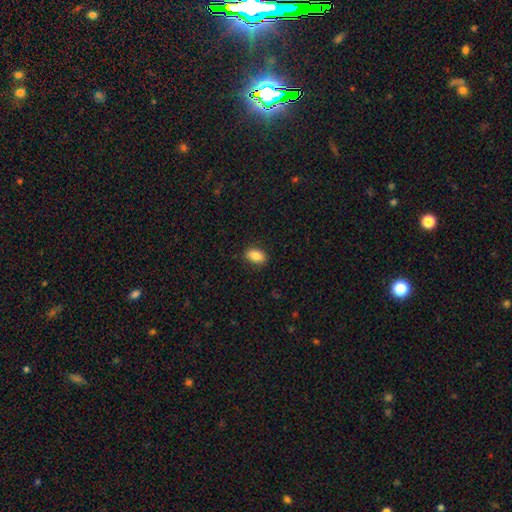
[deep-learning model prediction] This appears to be a smooth galaxy with no disk features (86%) that is in between round and cigar-shaped (89%). Merging: none (88%).